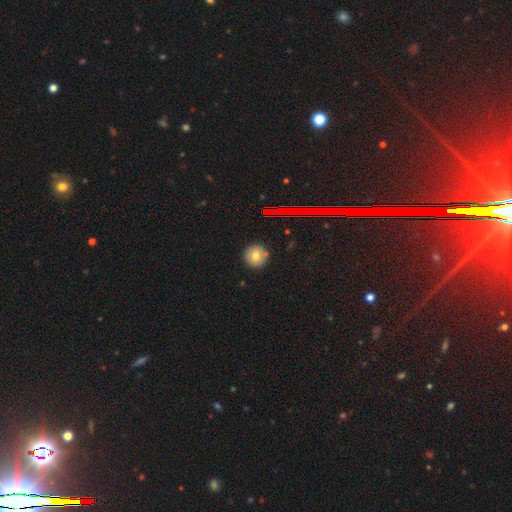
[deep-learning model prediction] Q: Smooth or featured?
A: smooth (71%); runner-up: featured or disk (16%)
Q: How rounded?
A: round (94%); runner-up: in between (5%)
Q: Merging?
A: none (89%); runner-up: minor disturbance (8%)